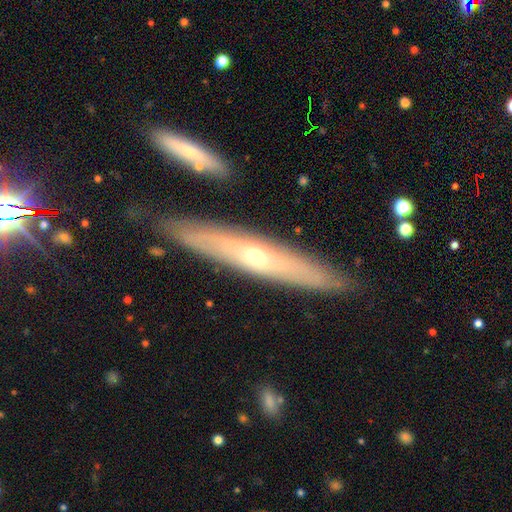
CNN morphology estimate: smooth-or-featured: featured or disk: 65% | smooth: 27% | star or artifact: 9%
  disk-edge-on: yes: 74% | no: 26%
  merging: none: 85% | minor disturbance: 10% | merger: 3% | major disturbance: 2%